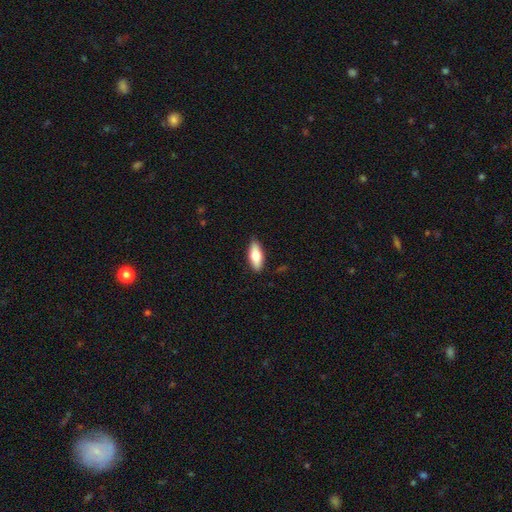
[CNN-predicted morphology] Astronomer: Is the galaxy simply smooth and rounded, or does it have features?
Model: smooth — 72%.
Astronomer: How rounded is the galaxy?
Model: in between — 76%.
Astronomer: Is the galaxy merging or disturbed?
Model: none — 88%.